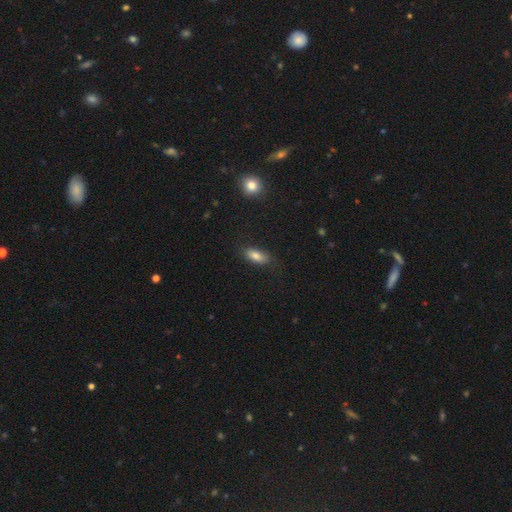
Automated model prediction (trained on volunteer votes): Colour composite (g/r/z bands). It shows a smooth galaxy with no disk features (81%) that is in between round and cigar-shaped (84%). Merging: none (80%).